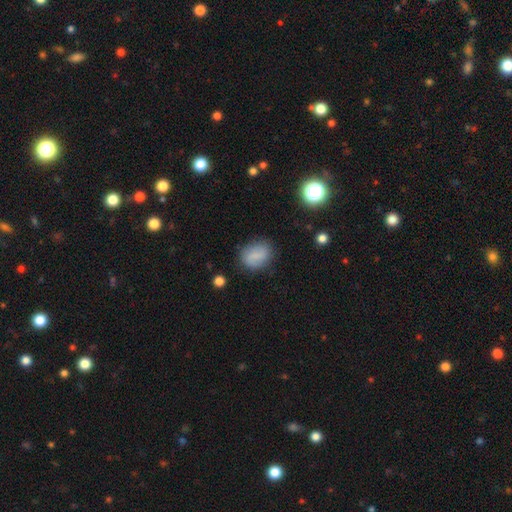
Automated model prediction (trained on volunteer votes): Smooth or featured?
  - smooth: 72% *
  - featured or disk: 20%
  - star or artifact: 8%
How rounded?
  - in between: 63% *
  - round: 35%
  - cigar-shaped: 2%
Merging?
  - none: 76% *
  - minor disturbance: 17%
  - major disturbance: 5%
  - merger: 2%